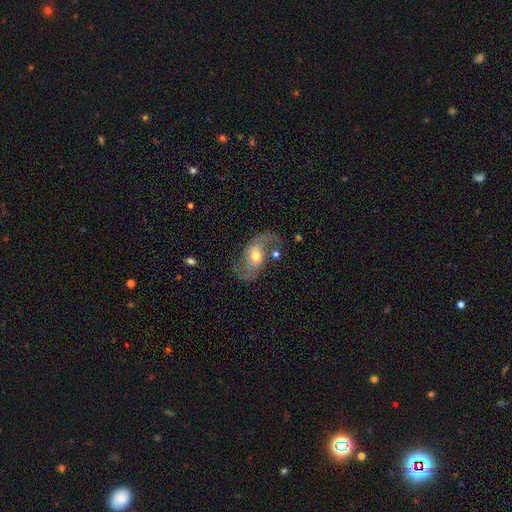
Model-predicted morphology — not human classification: A featured or disk galaxy (79%) with no bar (58%), 2 (91%) loose (60%) spiral arms (91%) and a moderate central bulge (67%). Merging: none (62%).